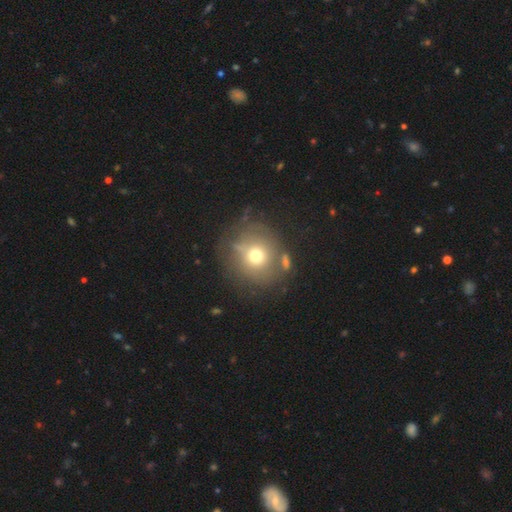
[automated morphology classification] Q: Smooth or featured?
A: smooth (64%); runner-up: featured or disk (23%)
Q: How rounded?
A: round (89%); runner-up: in between (10%)
Q: Merging?
A: none (67%); runner-up: minor disturbance (16%)